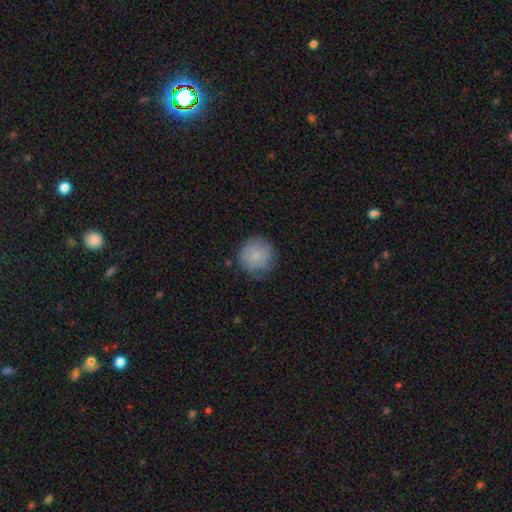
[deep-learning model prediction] smooth_or_featured: smooth (p=0.81) [alt: featured or disk p=0.12]
how_rounded: round (p=0.94) [alt: in between p=0.05]
merging: none (p=0.74) [alt: minor disturbance p=0.20]